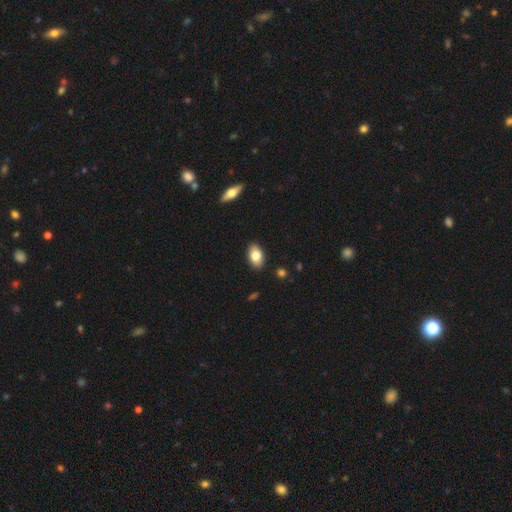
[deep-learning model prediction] smooth-or-featured: smooth: 80% | featured or disk: 13% | star or artifact: 7%
  how-rounded: in between: 92% | round: 6% | cigar-shaped: 2%
  merging: none: 89% | minor disturbance: 8% | major disturbance: 2% | merger: 1%